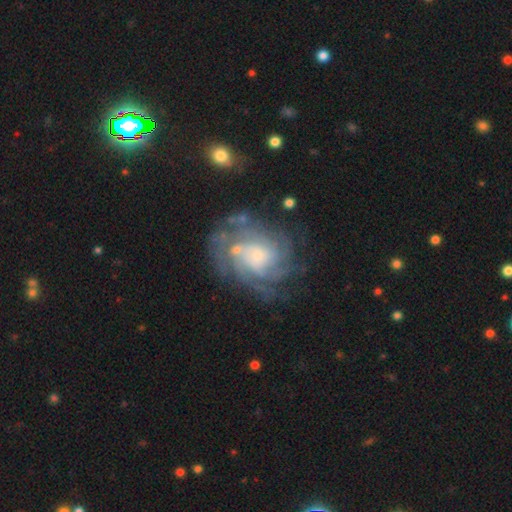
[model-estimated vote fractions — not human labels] A featured or disk galaxy (81%) with no bar (72%), tight (58%) spiral arms (93%) and a small central bulge (55%). Merging: none (64%).